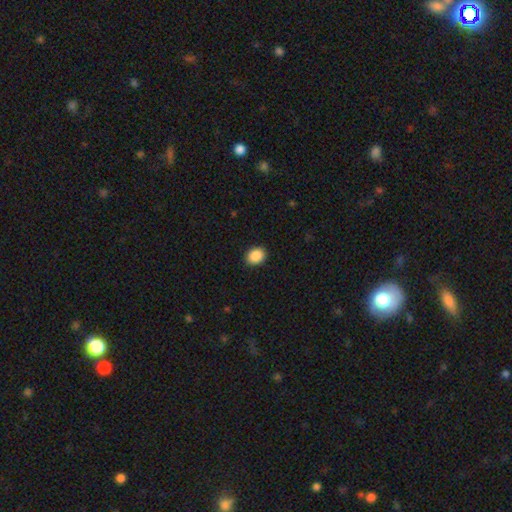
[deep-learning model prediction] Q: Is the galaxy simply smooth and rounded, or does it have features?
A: smooth — 89%.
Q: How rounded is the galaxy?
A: round — 56%.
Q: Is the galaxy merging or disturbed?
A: none — 91%.